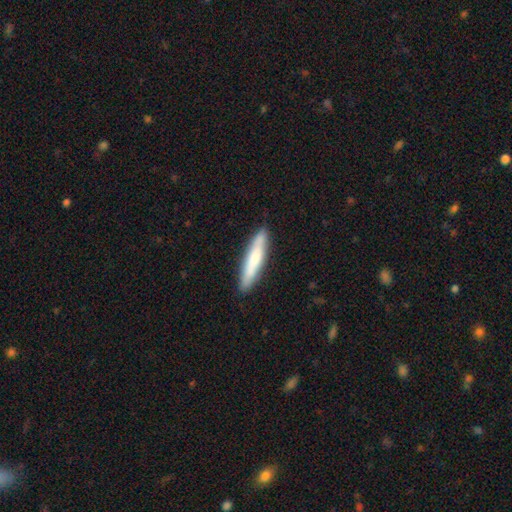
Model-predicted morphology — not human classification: Smooth or featured? smooth (67%)
How rounded? cigar-shaped (88%)
Merging? none (88%)